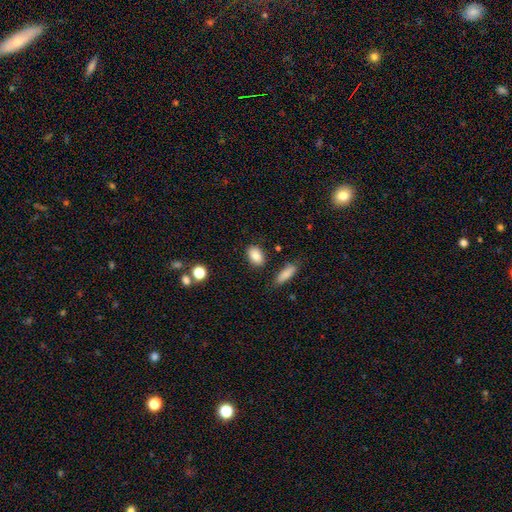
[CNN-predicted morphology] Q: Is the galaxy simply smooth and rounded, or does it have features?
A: smooth — 85%.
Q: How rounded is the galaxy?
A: in between — 81%.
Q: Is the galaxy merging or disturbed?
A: none — 83%.